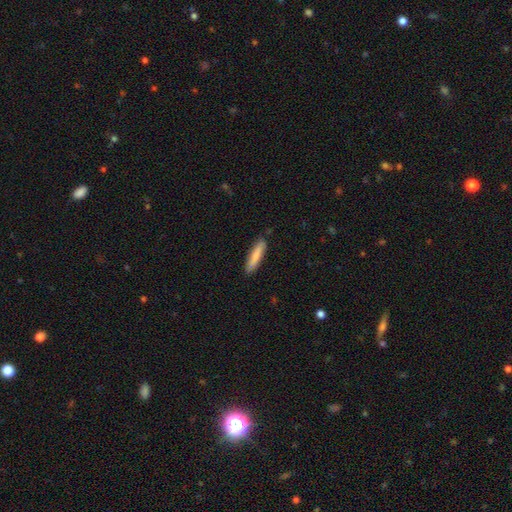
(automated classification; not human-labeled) Q: Smooth or featured?
A: smooth (77%); runner-up: featured or disk (17%)
Q: How rounded?
A: cigar-shaped (87%); runner-up: in between (12%)
Q: Merging?
A: none (88%); runner-up: minor disturbance (10%)